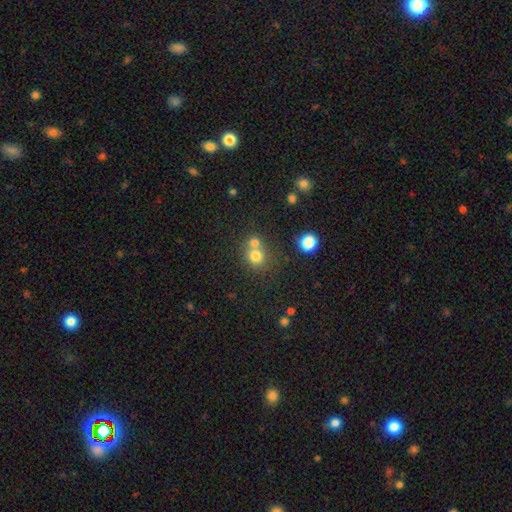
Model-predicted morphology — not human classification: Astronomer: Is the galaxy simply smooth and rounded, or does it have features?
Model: smooth — 76%.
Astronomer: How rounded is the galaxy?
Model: round — 85%.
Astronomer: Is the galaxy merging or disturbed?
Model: none — 47% (runner-up: merger, 44%).